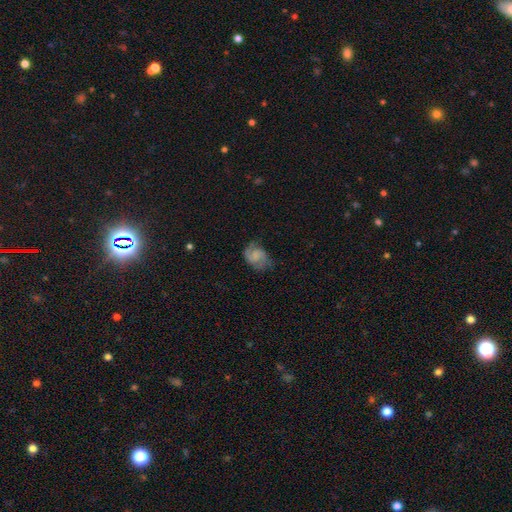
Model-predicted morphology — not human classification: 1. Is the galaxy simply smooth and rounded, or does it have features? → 67% featured or disk, 25% smooth, 8% star or artifact.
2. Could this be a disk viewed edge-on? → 98% no, 2% yes.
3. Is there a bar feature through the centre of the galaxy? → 52% no, 40% weak, 8% strong.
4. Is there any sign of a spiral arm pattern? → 93% yes, 7% no.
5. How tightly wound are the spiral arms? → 50% medium, 25% loose, 25% tight.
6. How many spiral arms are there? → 85% 2, 6% can't tell, 5% 1, 2% 3, 1% 4, 1% more than 4.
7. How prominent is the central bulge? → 53% none, 23% small, 16% moderate, 6% large, 2% dominant.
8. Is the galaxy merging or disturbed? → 66% none, 22% minor disturbance, 11% major disturbance, 1% merger.